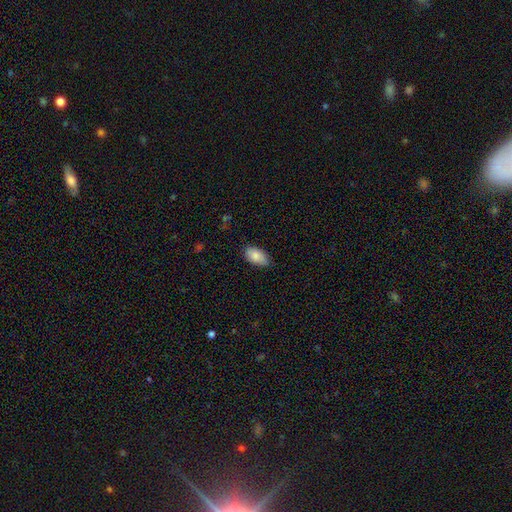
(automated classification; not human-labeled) smooth-or-featured: smooth: 85% | featured or disk: 9% | star or artifact: 7%
  how-rounded: in between: 94% | round: 3% | cigar-shaped: 3%
  merging: none: 79% | minor disturbance: 18% | major disturbance: 3% | merger: 1%